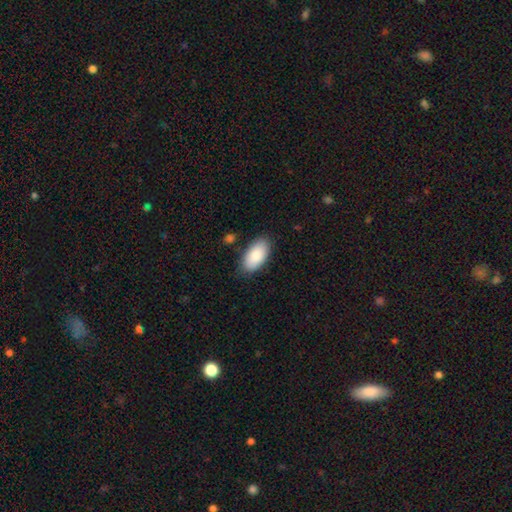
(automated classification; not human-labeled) Smooth or featured?
  - smooth: 87% *
  - featured or disk: 7%
  - star or artifact: 6%
How rounded?
  - in between: 95% *
  - cigar-shaped: 3%
  - round: 2%
Merging?
  - none: 82% *
  - minor disturbance: 13%
  - major disturbance: 3%
  - merger: 2%